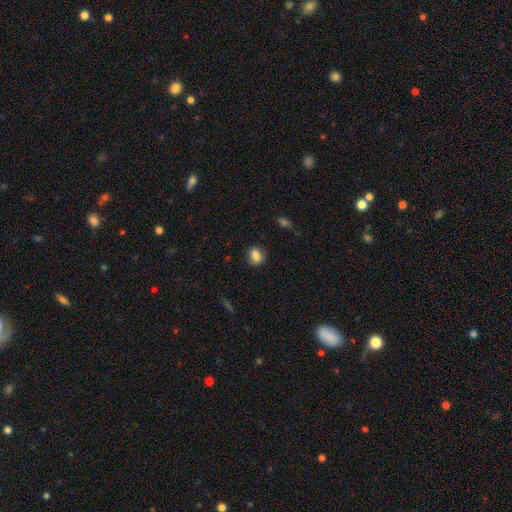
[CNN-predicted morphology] type=smooth (85%); roundness=round (55%); merging=none (85%).